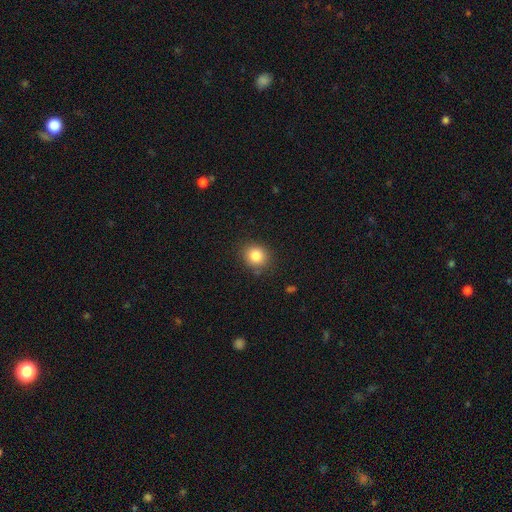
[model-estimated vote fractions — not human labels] This is clearly a smooth galaxy (83%). How rounded: clearly round (81%). Merging: clearly none (86%).